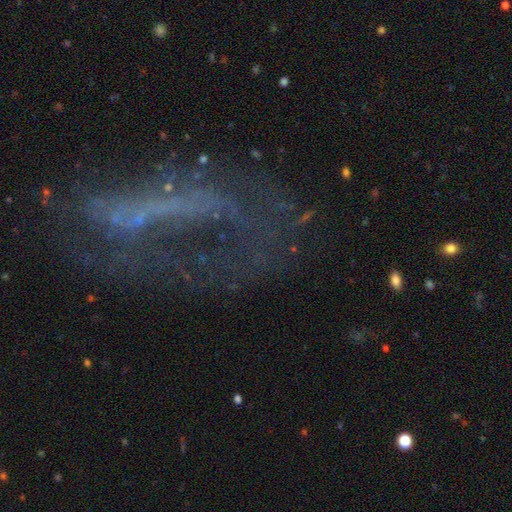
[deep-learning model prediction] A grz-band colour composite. It shows a featured or disk galaxy (59%) with no bar (61%), no spiral arms (66%) and no central bulge (73%). Merging: major disturbance (40%).